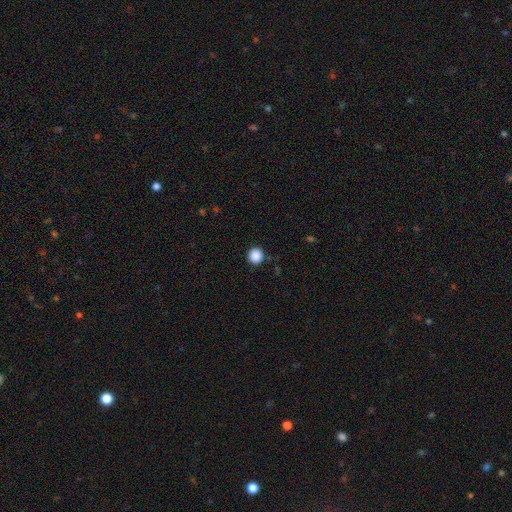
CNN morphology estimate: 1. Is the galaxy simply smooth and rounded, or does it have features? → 88% smooth, 10% star or artifact, 2% featured or disk.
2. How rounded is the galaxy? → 94% round, 5% in between, 1% cigar-shaped.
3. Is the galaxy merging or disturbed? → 91% none, 6% minor disturbance, 2% major disturbance, 1% merger.